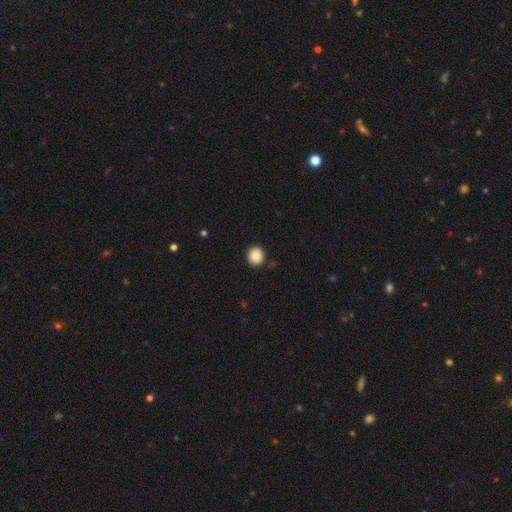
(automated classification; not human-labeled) Smooth or featured?
  - smooth: 89% *
  - star or artifact: 8%
  - featured or disk: 3%
How rounded?
  - round: 83% *
  - in between: 16%
  - cigar-shaped: 1%
Merging?
  - none: 88% *
  - minor disturbance: 8%
  - major disturbance: 2%
  - merger: 2%